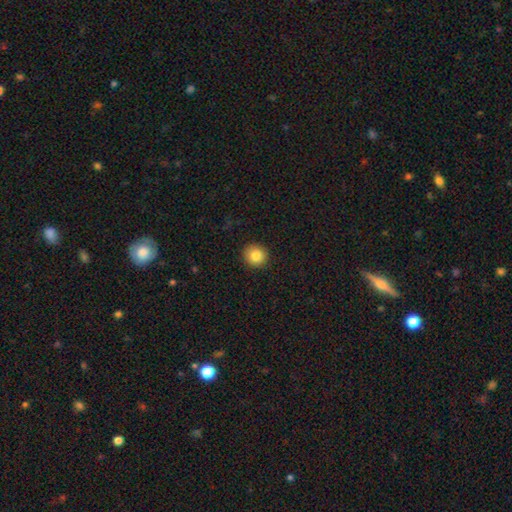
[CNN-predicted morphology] type=smooth (84%); roundness=round (91%); merging=none (92%).